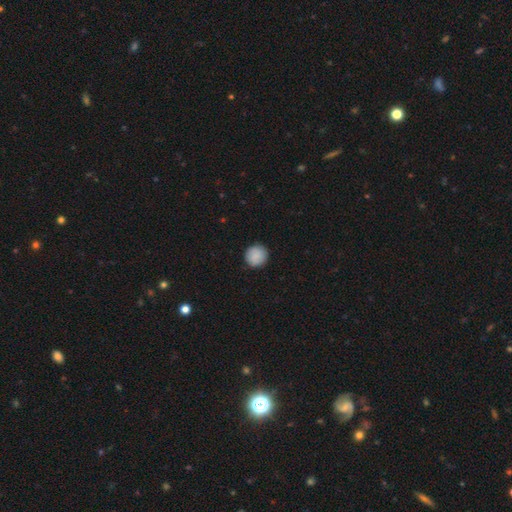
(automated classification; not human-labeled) smooth-or-featured: smooth: 89% | star or artifact: 7% | featured or disk: 4%
  how-rounded: round: 94% | in between: 5% | cigar-shaped: 1%
  merging: none: 91% | minor disturbance: 6% | major disturbance: 2% | merger: 1%